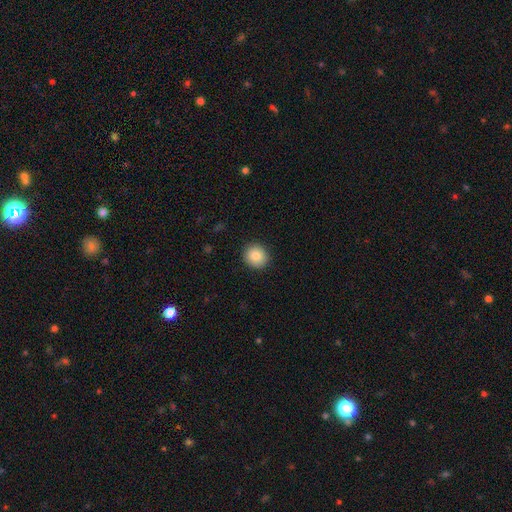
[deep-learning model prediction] Q: Smooth or featured?
A: smooth (84%); runner-up: star or artifact (9%)
Q: How rounded?
A: round (89%); runner-up: in between (10%)
Q: Merging?
A: none (91%); runner-up: minor disturbance (6%)